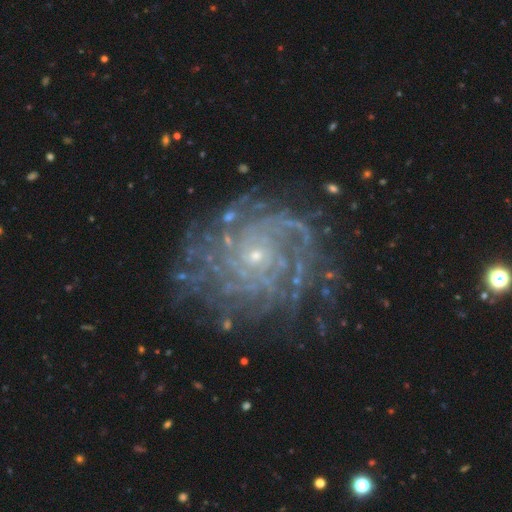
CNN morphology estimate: Smooth or featured? Predicted: featured or disk (p=0.87). Edge-on disk? Predicted: no (p=0.98). Bar? Predicted: no (p=0.79). Spiral arms? Predicted: yes (p=0.97). Spiral winding? Predicted: tight (p=0.73). Spiral arm count? Predicted: can't tell (p=0.29). Bulge size? Predicted: small (p=0.84). Merging? Predicted: none (p=0.74).